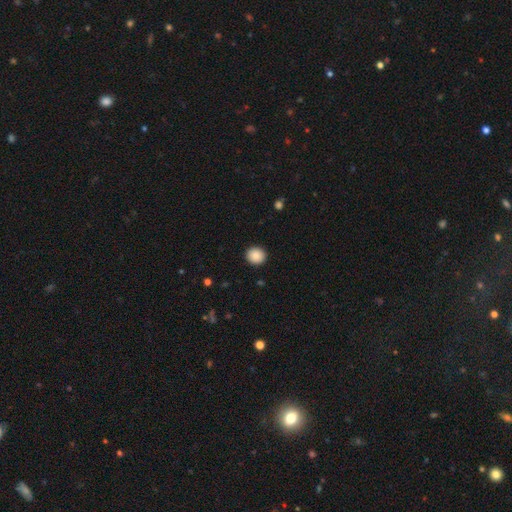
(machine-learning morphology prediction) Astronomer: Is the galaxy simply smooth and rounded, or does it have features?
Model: smooth — 88%.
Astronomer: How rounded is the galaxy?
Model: round — 87%.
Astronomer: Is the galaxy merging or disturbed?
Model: none — 92%.